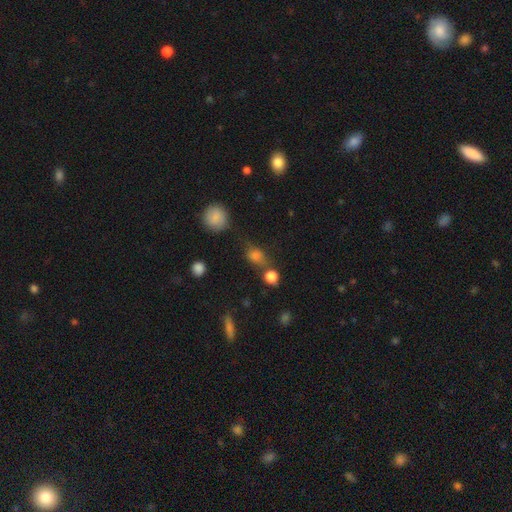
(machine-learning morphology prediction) The model was most divided on "how rounded": round: 49%, in between: 46%, cigar-shaped: 5%. More confident: smooth or featured — smooth (70%); merging — none (59%).